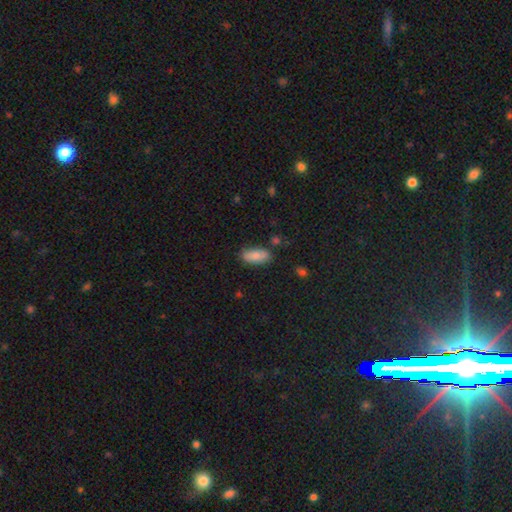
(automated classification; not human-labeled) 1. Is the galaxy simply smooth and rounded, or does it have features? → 80% smooth, 14% featured or disk, 7% star or artifact.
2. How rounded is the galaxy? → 87% in between, 10% cigar-shaped, 3% round.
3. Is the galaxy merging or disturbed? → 80% none, 14% minor disturbance, 3% merger, 3% major disturbance.